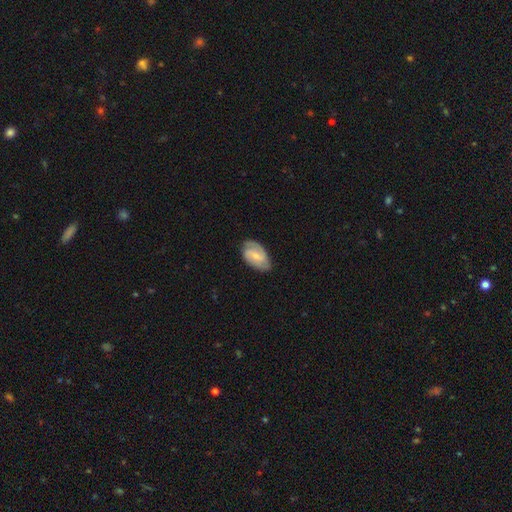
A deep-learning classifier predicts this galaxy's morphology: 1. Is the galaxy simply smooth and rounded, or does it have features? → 64% featured or disk, 30% smooth, 6% star or artifact.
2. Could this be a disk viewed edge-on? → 96% no, 4% yes.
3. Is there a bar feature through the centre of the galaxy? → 49% weak, 35% no, 16% strong.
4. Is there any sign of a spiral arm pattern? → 90% yes, 10% no.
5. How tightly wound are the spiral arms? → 45% medium, 35% tight, 20% loose.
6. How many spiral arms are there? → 72% 2, 14% can't tell, 7% 3, 4% 1, 2% 4, 2% more than 4.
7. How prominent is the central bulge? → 60% small, 30% moderate, 7% none, 2% large, 1% dominant.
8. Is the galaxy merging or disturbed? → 75% none, 20% minor disturbance, 5% major disturbance, 1% merger.